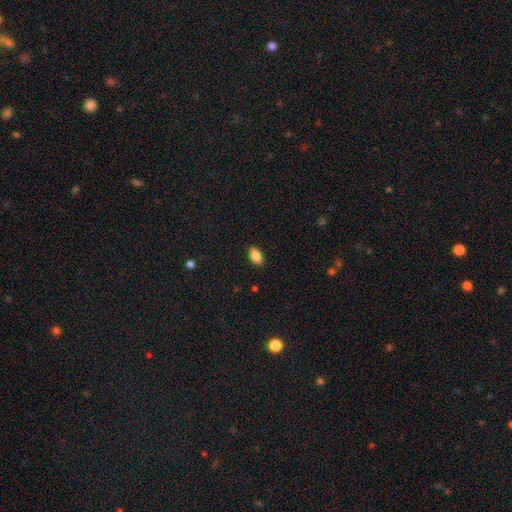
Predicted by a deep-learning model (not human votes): Overall: smooth (86%). How rounded: in between (91%). Merging: none (89%).